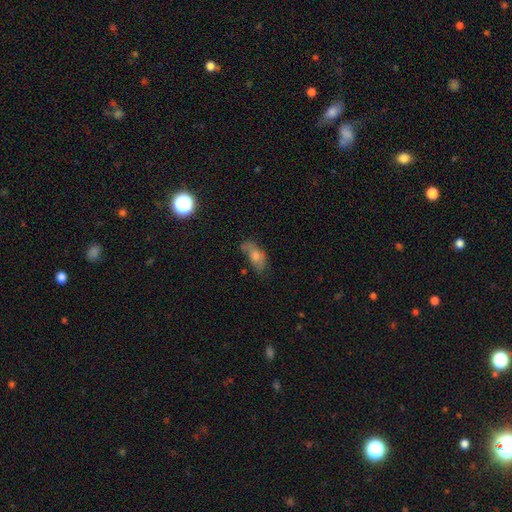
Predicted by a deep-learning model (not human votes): This is likely a smooth galaxy (67%). How rounded: clearly in between (86%). Merging: marginally none (34%).